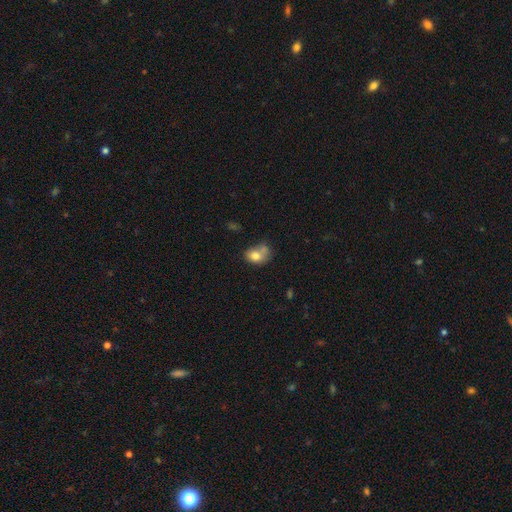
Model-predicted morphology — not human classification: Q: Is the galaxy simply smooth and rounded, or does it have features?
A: smooth — 75%.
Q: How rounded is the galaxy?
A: in between — 65%.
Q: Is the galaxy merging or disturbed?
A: merger — 37%.